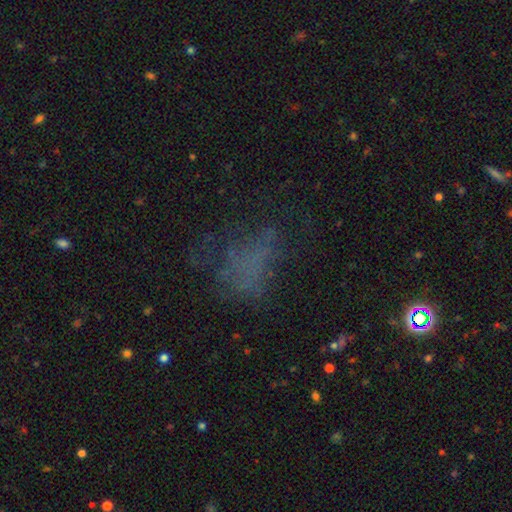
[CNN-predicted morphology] Smooth or featured? Predicted: smooth (p=0.39). Merging? Predicted: none (p=0.47).